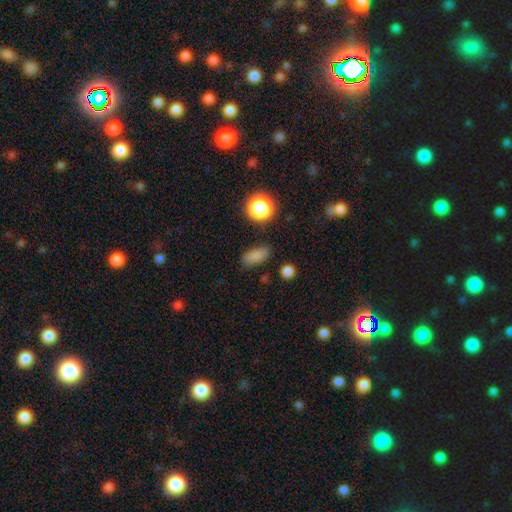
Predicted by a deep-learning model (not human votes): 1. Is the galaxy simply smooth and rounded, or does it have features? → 81% smooth, 13% star or artifact, 5% featured or disk.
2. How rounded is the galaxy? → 79% in between, 11% round, 11% cigar-shaped.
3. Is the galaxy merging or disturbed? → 81% none, 13% minor disturbance, 4% major disturbance, 2% merger.